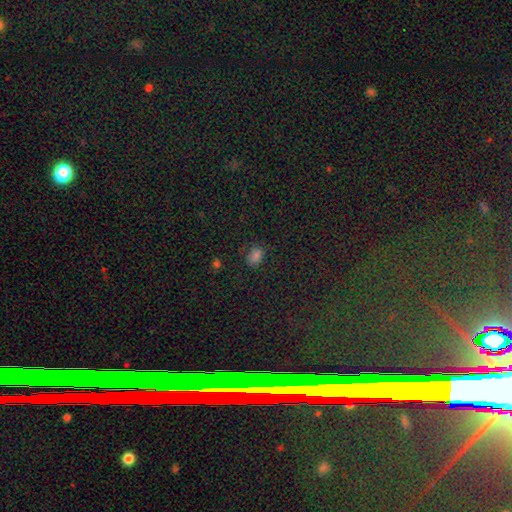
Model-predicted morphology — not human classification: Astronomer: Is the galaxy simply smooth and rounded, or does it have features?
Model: smooth — 73%.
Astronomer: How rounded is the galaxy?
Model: in between — 74%.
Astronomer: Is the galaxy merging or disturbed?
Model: none — 69%.